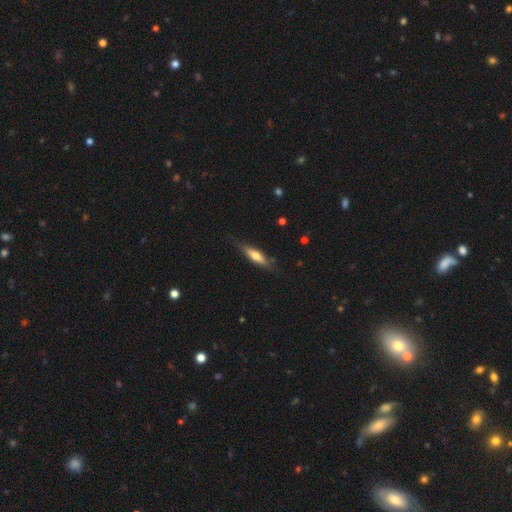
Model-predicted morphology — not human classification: Overall: smooth (53%; featured or disk 41%). How rounded: cigar-shaped (68%; in between 30%). Merging: none (76%).